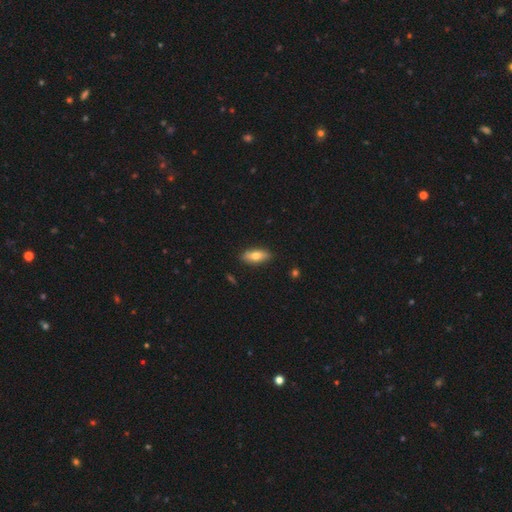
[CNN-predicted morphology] Q: Smooth or featured?
A: smooth (72%); runner-up: featured or disk (22%)
Q: How rounded?
A: in between (79%); runner-up: cigar-shaped (18%)
Q: Merging?
A: none (87%); runner-up: minor disturbance (10%)